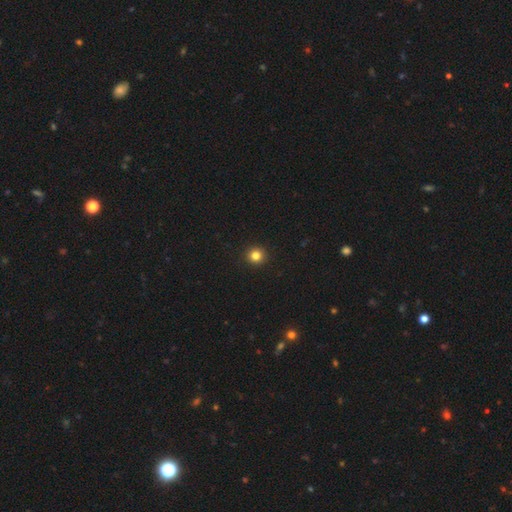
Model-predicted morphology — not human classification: Smooth or featured? Predicted: smooth (p=0.82). How rounded? Predicted: round (p=0.94). Merging? Predicted: none (p=0.94).